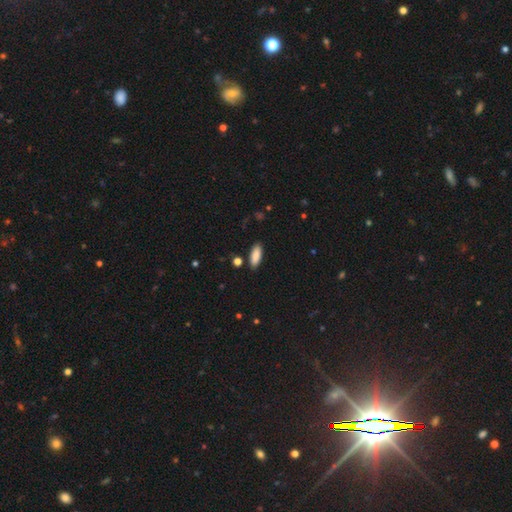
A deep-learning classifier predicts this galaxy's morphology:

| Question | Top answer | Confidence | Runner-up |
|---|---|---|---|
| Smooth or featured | smooth | 88% | star or artifact (6%) |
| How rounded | in between | 73% | cigar-shaped (25%) |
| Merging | none | 87% | minor disturbance (9%) |